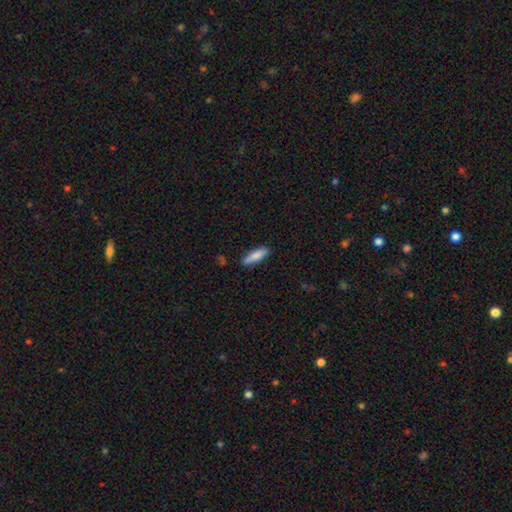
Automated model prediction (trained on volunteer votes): smooth-or-featured: smooth: 84% | featured or disk: 10% | star or artifact: 6%
  how-rounded: cigar-shaped: 61% | in between: 37% | round: 2%
  merging: none: 85% | minor disturbance: 11% | major disturbance: 2% | merger: 2%